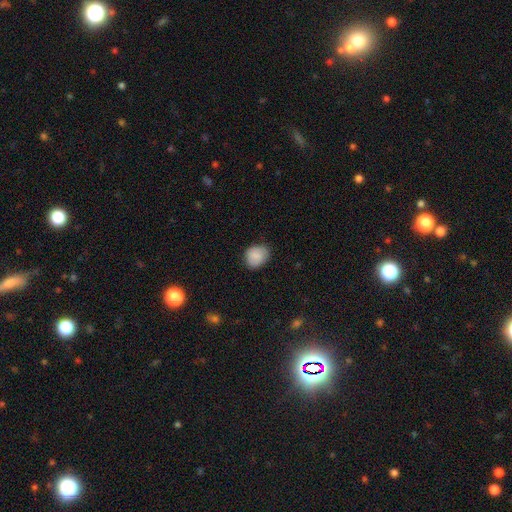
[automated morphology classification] Smooth or featured? smooth (86%)
How rounded? round (54%)
Merging? none (77%)